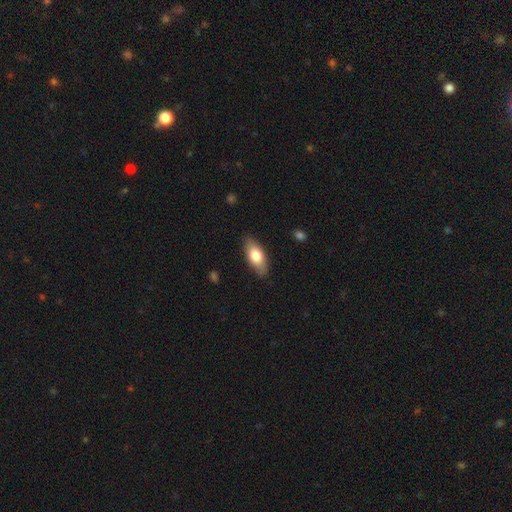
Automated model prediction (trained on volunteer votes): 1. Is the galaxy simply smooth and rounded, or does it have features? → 74% smooth, 20% featured or disk, 6% star or artifact.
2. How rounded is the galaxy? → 84% in between, 13% cigar-shaped, 3% round.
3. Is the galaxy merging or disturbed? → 85% none, 12% minor disturbance, 2% major disturbance, 1% merger.